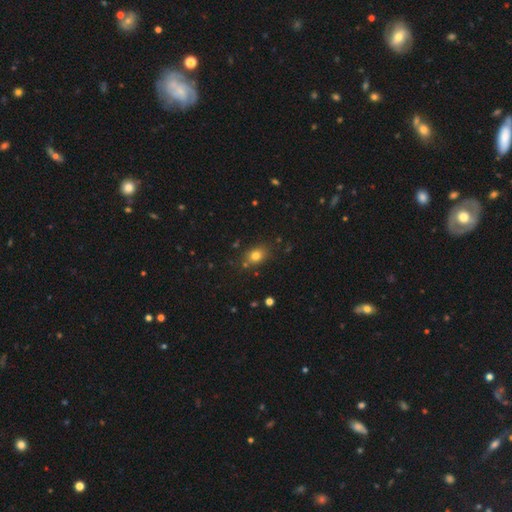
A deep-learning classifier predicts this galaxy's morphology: type=smooth (78%); roundness=in between (56%); merging=none (79%).